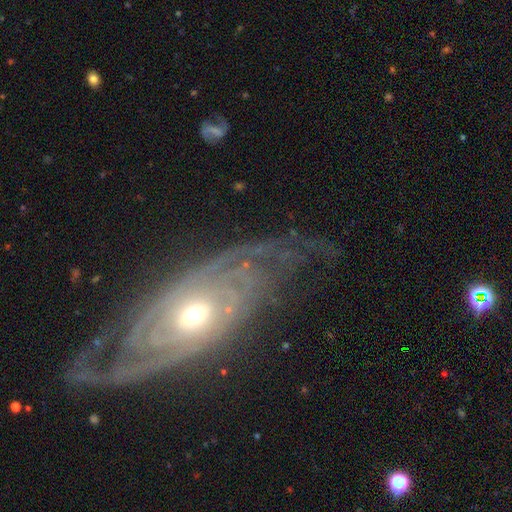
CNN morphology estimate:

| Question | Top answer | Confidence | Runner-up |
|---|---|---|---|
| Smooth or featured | featured or disk | 87% | star or artifact (7%) |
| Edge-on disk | no | 90% | yes (10%) |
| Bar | no | 71% | weak (20%) |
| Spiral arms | yes | 95% | no (5%) |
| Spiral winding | tight | 72% | medium (21%) |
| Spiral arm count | can't tell | 33% | 2 (25%) |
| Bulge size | moderate | 56% | small (38%) |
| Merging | none | 72% | minor disturbance (17%) |